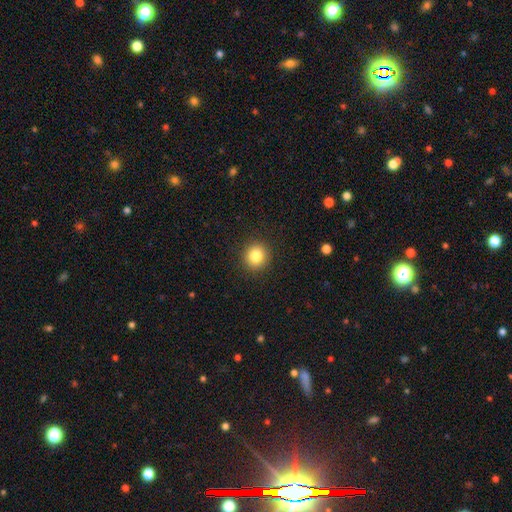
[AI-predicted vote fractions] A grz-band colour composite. It shows a smooth galaxy with no disk features (83%) that is round (90%). Merging: none (92%).